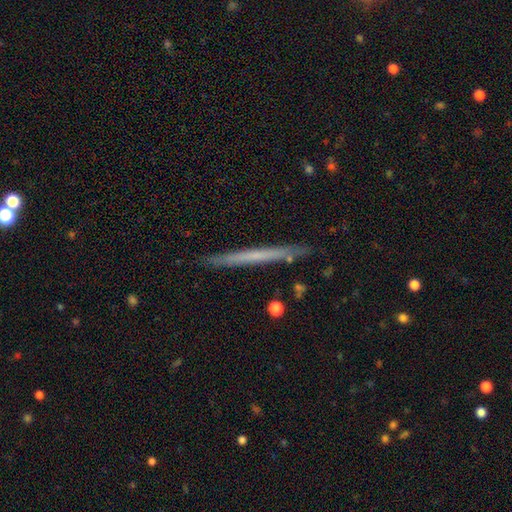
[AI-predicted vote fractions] Smooth or featured? featured or disk (48%)
Merging? none (88%)